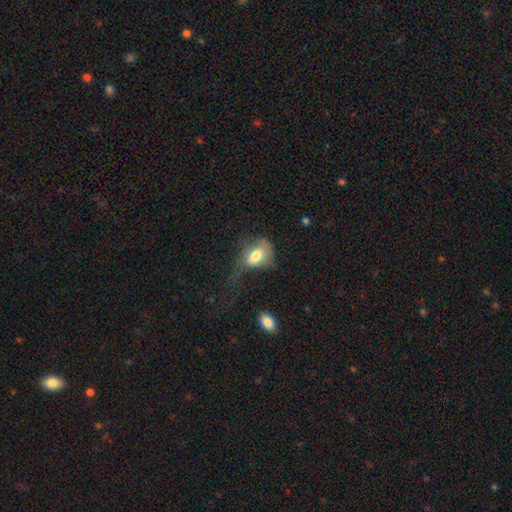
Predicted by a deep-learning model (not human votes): This is likely a smooth galaxy (71%). How rounded: likely in between (79%). Merging: possibly major disturbance (47%).